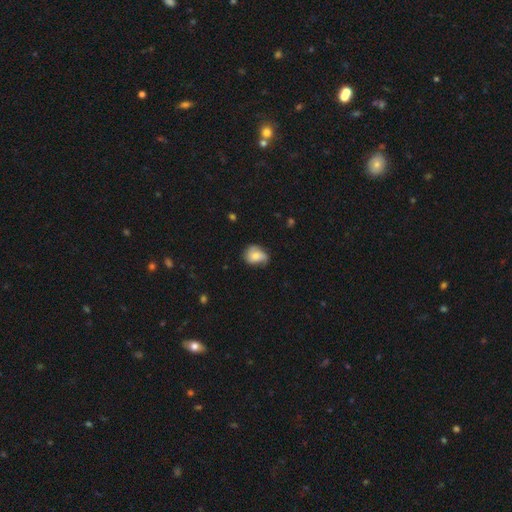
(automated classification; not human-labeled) Smooth or featured? smooth (61%)
How rounded? in between (50%)
Merging? none (50%)